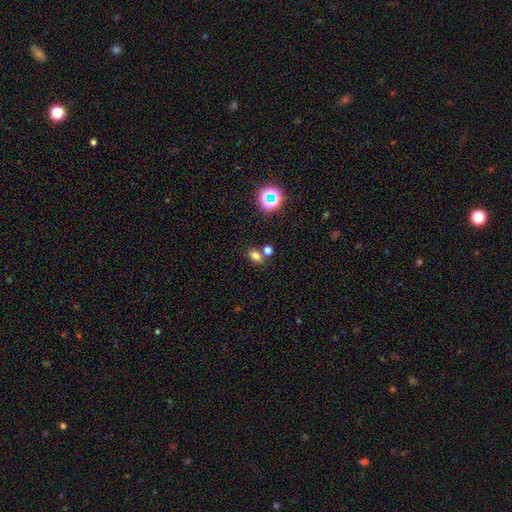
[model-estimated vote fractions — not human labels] A smooth galaxy with no disk features (73%) that is in between round and cigar-shaped (70%).

Vote fractions:
- Smooth or featured? smooth: 73% / star or artifact: 19% / featured or disk: 8%
- How rounded? in between: 70% / round: 28% / cigar-shaped: 2%
- Merging? none: 64% / merger: 22% / minor disturbance: 11% / major disturbance: 4%